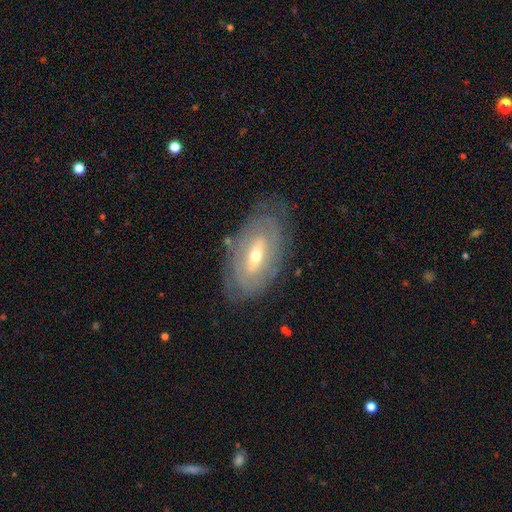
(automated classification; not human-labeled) Smooth or featured? Predicted: featured or disk (p=0.75). Edge-on disk? Predicted: no (p=0.90). Bar? Predicted: weak (p=0.41). Spiral arms? Predicted: yes (p=0.70). Bulge size? Predicted: moderate (p=0.53). Merging? Predicted: none (p=0.76).